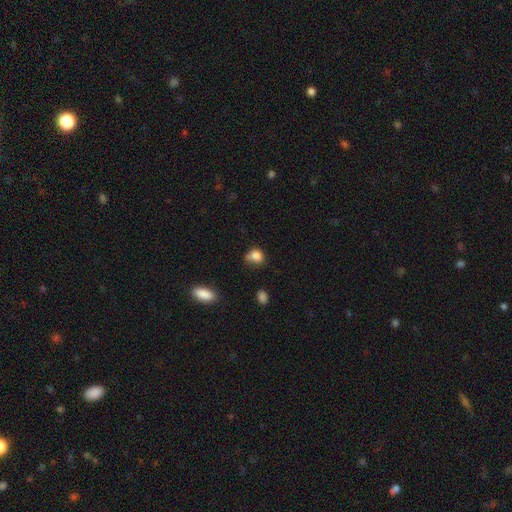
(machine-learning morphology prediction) Smooth or featured: smooth — 83% (star or artifact — 11%)
How rounded: round — 57% (in between — 42%)
Merging: none — 48% (minor disturbance — 33%)